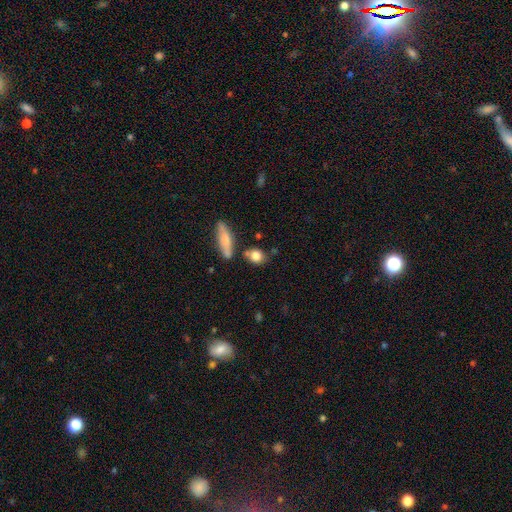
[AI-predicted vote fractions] A smooth galaxy with no disk features (82%) that is round (56%).

Vote fractions:
- Smooth or featured? smooth: 82% / featured or disk: 10% / star or artifact: 9%
- How rounded? round: 56% / in between: 37% / cigar-shaped: 7%
- Merging? none: 68% / minor disturbance: 16% / merger: 12% / major disturbance: 4%